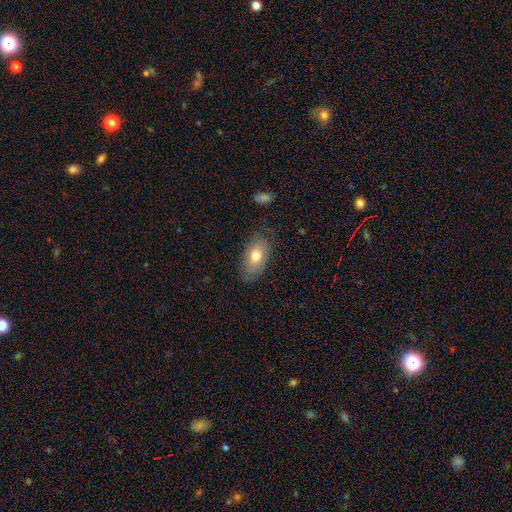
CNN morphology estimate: The model was most divided on "smooth or featured": smooth: 71%, featured or disk: 21%, star or artifact: 8%. More confident: how rounded — in between (91%); merging — none (78%).